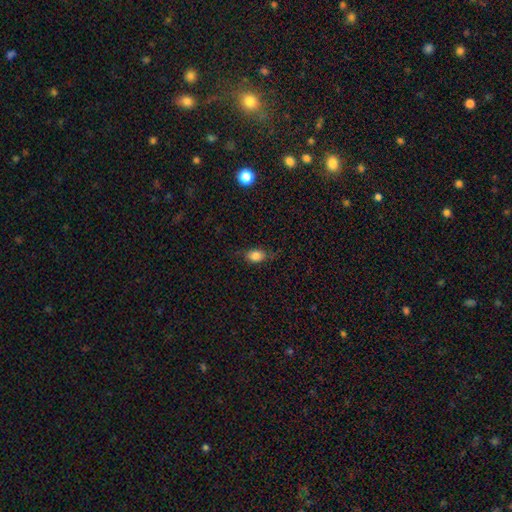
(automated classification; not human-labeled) Overall: smooth (79%). How rounded: in between (77%). Merging: none (71%).